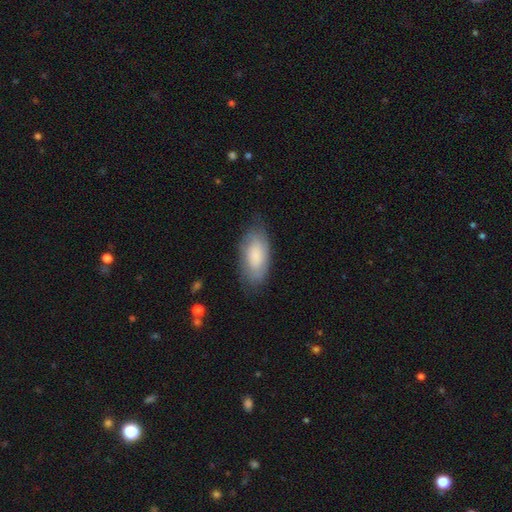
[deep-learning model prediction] Q: Smooth or featured?
A: smooth (62%); runner-up: featured or disk (31%)
Q: How rounded?
A: in between (93%); runner-up: cigar-shaped (4%)
Q: Merging?
A: none (70%); runner-up: minor disturbance (21%)